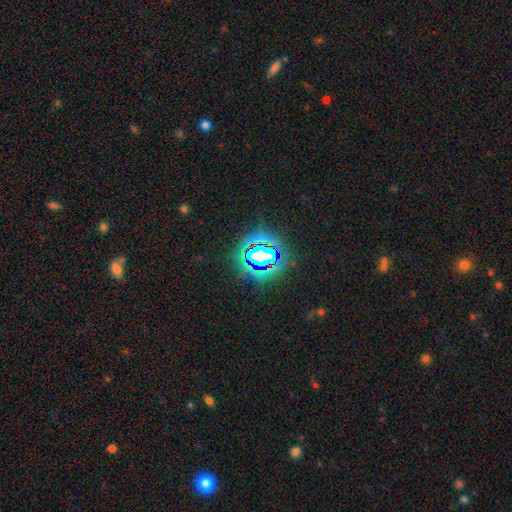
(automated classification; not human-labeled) Smooth or featured?
  - star or artifact: 75% *
  - smooth: 14%
  - featured or disk: 11%